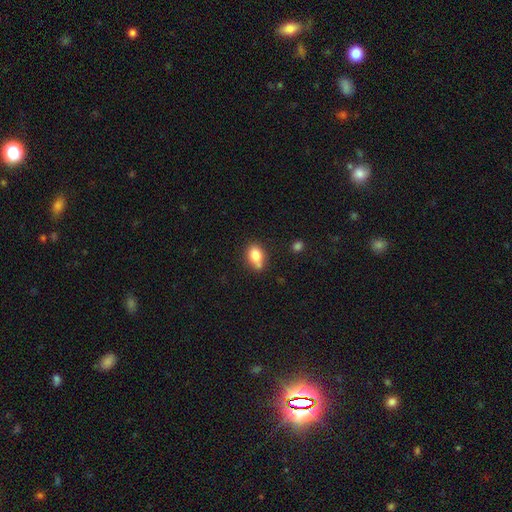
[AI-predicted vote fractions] Smooth or featured? smooth (80%)
How rounded? in between (75%)
Merging? none (56%)